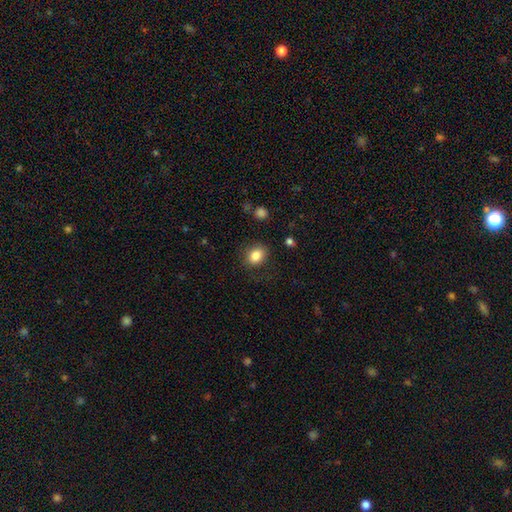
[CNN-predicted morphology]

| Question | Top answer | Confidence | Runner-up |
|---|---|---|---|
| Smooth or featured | smooth | 85% | star or artifact (9%) |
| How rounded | round | 53% | in between (46%) |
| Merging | none | 83% | minor disturbance (12%) |